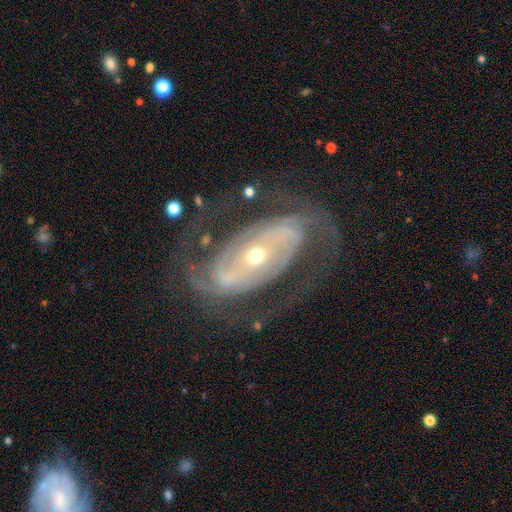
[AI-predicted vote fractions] This appears to be a featured or disk galaxy (88%) with no bar (38%), 2 (79%) medium (43%) spiral arms (92%) and a small central bulge (50%). Merging: none (71%).